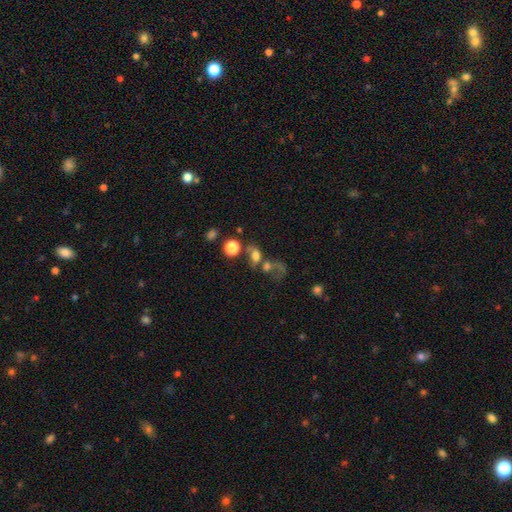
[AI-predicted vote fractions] A smooth galaxy with no disk features (63%) that is in between round and cigar-shaped (56%). Merging: merger (43%).